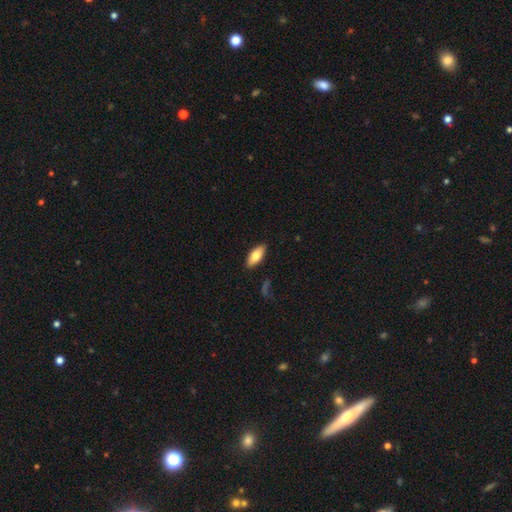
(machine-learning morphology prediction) This is likely a smooth galaxy (74%). How rounded: clearly in between (83%). Merging: clearly none (88%).